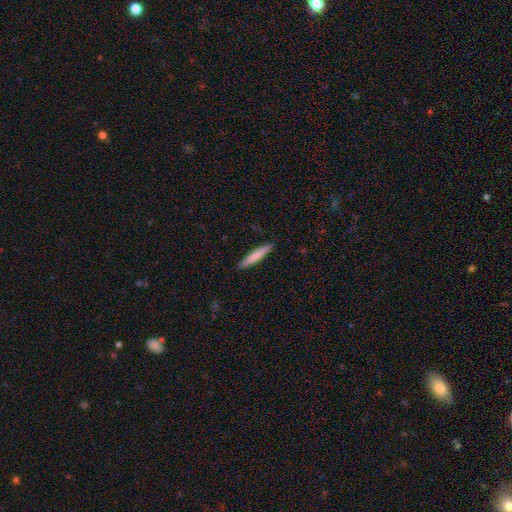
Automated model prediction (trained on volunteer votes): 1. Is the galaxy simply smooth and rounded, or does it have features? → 78% smooth, 17% featured or disk, 5% star or artifact.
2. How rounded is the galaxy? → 93% cigar-shaped, 6% in between, 1% round.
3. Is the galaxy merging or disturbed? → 90% none, 7% minor disturbance, 1% major disturbance, 1% merger.